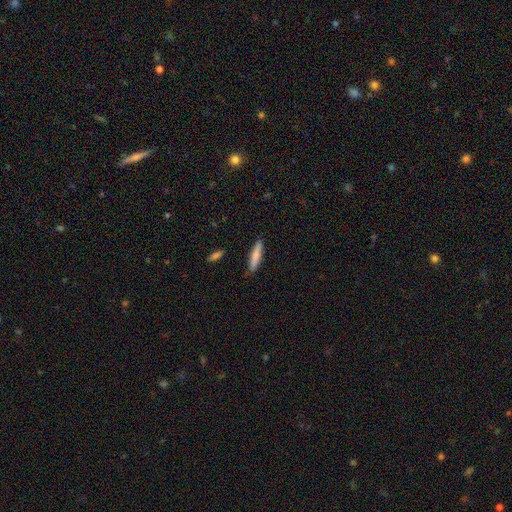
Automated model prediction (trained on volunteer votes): Smooth or featured?
  - smooth: 79% *
  - featured or disk: 15%
  - star or artifact: 6%
How rounded?
  - cigar-shaped: 86% *
  - in between: 13%
  - round: 1%
Merging?
  - none: 87% *
  - minor disturbance: 9%
  - major disturbance: 2%
  - merger: 2%